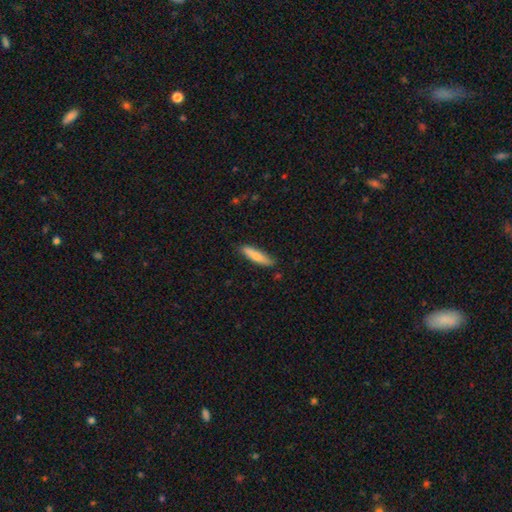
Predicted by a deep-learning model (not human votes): smooth 78%, featured or disk 16%, star or artifact 6%. Down the decision tree: how rounded — cigar-shaped (80%); merging — none (83%).